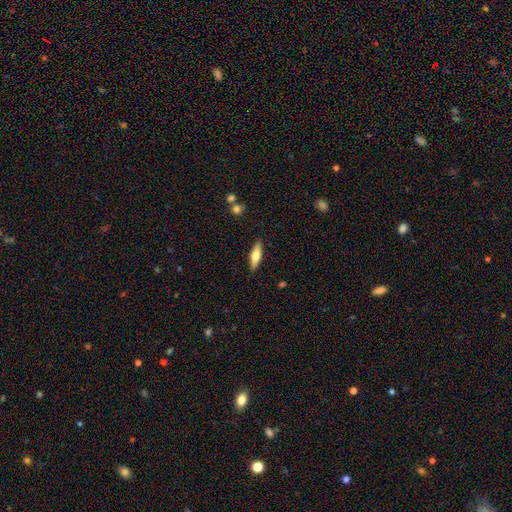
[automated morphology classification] type=smooth (55%); roundness=cigar-shaped (54%); merging=none (88%).